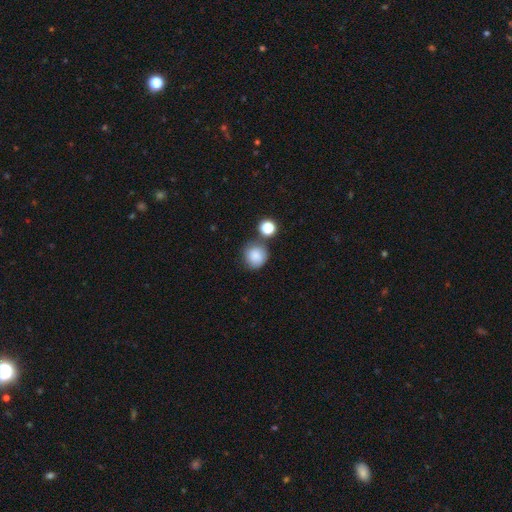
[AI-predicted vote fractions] Smooth or featured: smooth — 83% (star or artifact — 10%)
How rounded: round — 89% (in between — 10%)
Merging: none — 68% (minor disturbance — 15%)